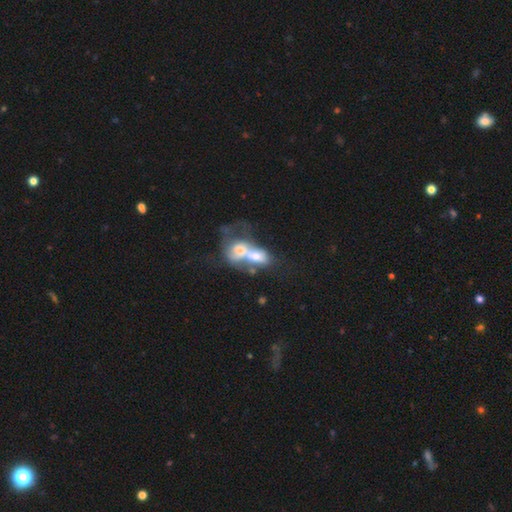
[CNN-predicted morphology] smooth_or_featured: featured or disk (p=0.47) [alt: smooth p=0.43]
merging: merger (p=0.79) [alt: major disturbance p=0.09]